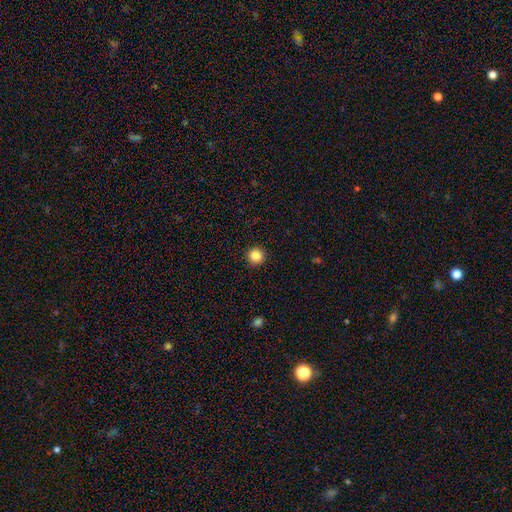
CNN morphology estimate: Smooth or featured: smooth — 86% (star or artifact — 11%)
How rounded: round — 95% (in between — 4%)
Merging: none — 92% (minor disturbance — 5%)